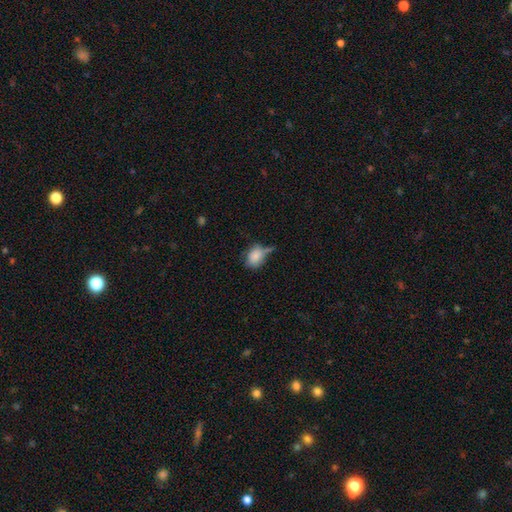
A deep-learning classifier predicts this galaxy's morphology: Smooth or featured? smooth (82%)
How rounded? in between (69%)
Merging? none (42%)